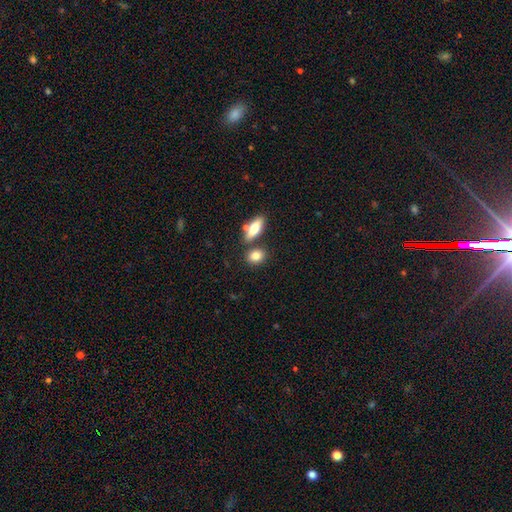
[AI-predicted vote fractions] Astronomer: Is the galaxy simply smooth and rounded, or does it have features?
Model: smooth — 81%.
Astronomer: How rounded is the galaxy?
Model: in between — 54% (runner-up: round, 40%).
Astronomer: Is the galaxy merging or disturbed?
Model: none — 69%.